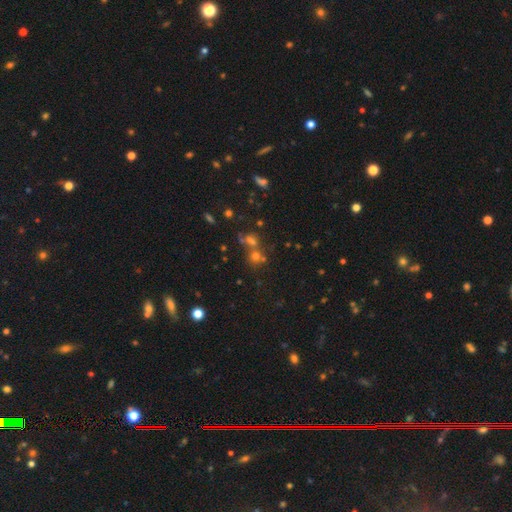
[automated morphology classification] type=smooth (48%); merging=none (52%).